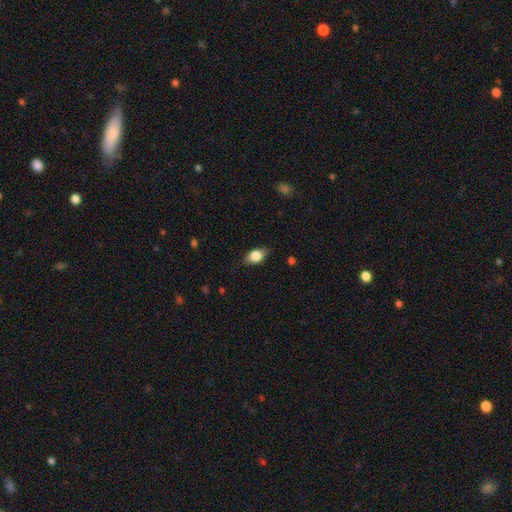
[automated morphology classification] This appears to be a smooth galaxy with no disk features (71%) that is in between round and cigar-shaped (81%). Merging: none (80%).